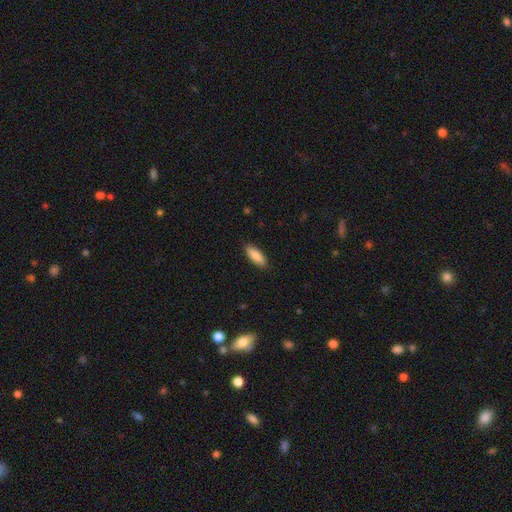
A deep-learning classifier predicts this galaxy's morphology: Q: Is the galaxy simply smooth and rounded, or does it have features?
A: smooth — 85%.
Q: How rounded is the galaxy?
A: in between — 69%.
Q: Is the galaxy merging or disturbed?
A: none — 88%.